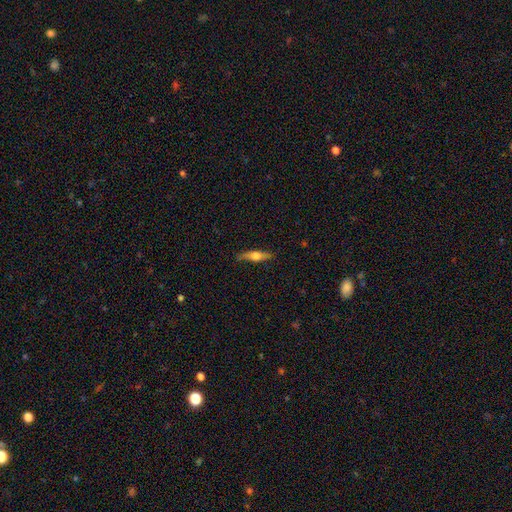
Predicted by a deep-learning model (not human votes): smooth_or_featured: featured or disk (p=0.49) [alt: smooth p=0.45]
merging: none (p=0.82) [alt: minor disturbance p=0.14]